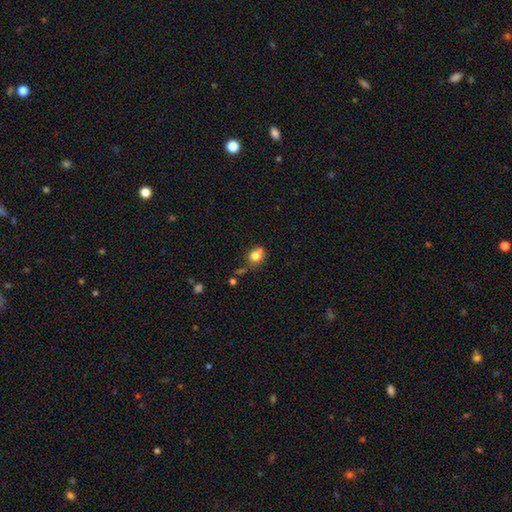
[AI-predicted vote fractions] Morphology: type=smooth (77%); roundness=round (70%); merging=none (51%).